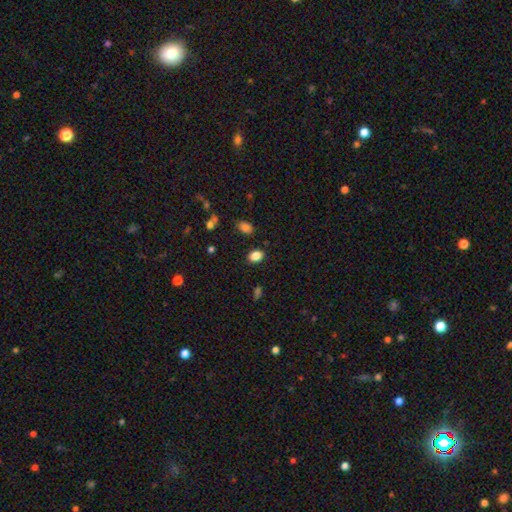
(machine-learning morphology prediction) This appears to be a smooth galaxy with no disk features (85%) that is in between round and cigar-shaped (66%). Merging: none (86%).